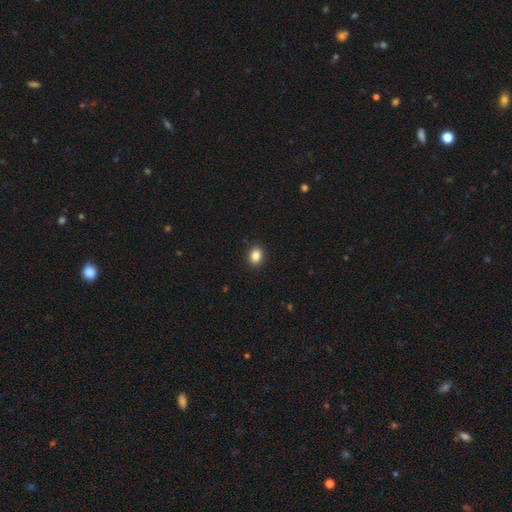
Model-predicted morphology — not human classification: Q: Smooth or featured?
A: smooth (86%); runner-up: star or artifact (10%)
Q: How rounded?
A: in between (55%); runner-up: round (44%)
Q: Merging?
A: none (91%); runner-up: minor disturbance (6%)